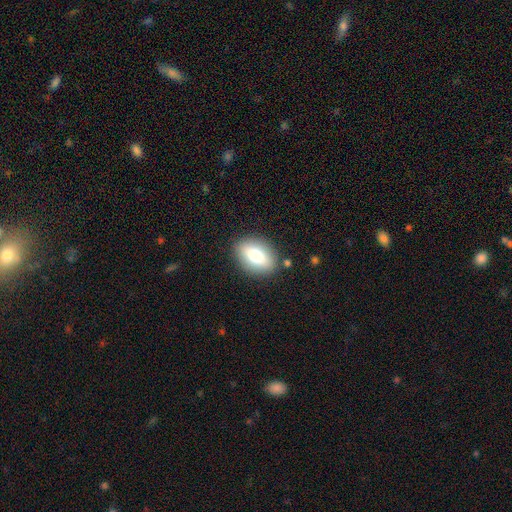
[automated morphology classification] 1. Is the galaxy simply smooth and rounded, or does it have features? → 73% smooth, 19% featured or disk, 8% star or artifact.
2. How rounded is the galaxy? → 83% in between, 14% round, 3% cigar-shaped.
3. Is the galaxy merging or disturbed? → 85% none, 10% minor disturbance, 3% major disturbance, 2% merger.